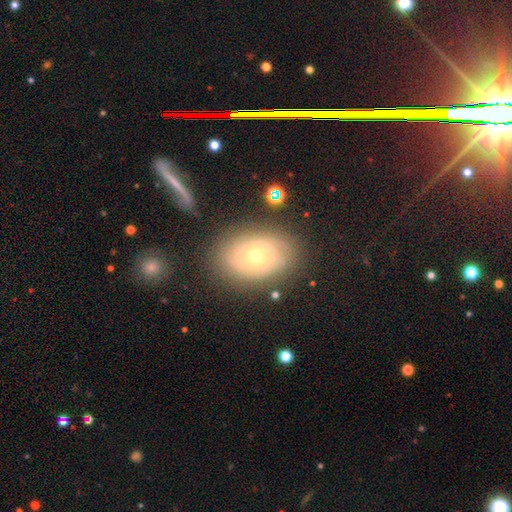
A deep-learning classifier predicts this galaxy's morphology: type=featured or disk (66%); edge-on=no (95%); bar=no (84%); spiral arms=yes (78%); bulge=small (56%); merging=none (78%).